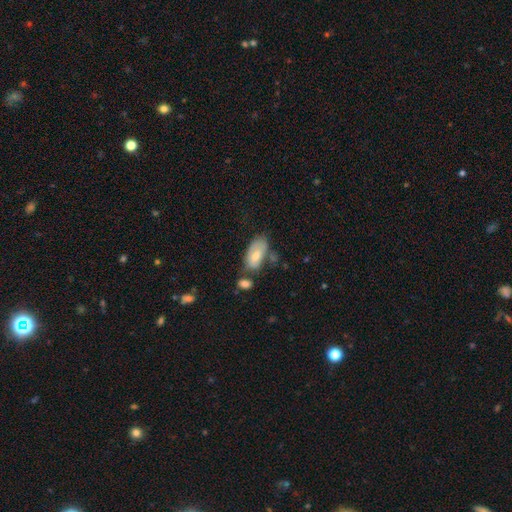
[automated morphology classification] A smooth galaxy with no disk features (66%) that is in between round and cigar-shaped (92%). Merging: none (43%).